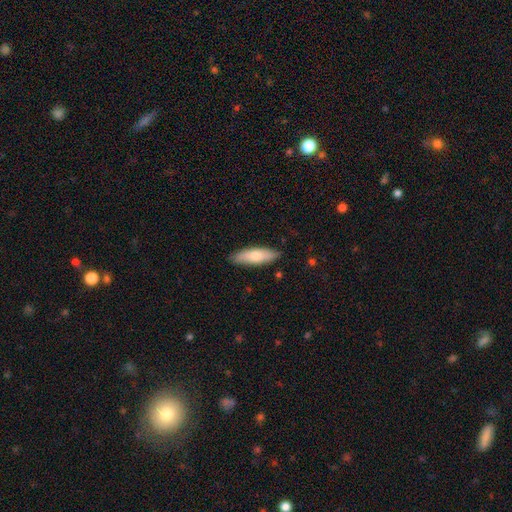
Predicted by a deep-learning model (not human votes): Q: Smooth or featured?
A: smooth (75%); runner-up: featured or disk (20%)
Q: How rounded?
A: cigar-shaped (50%); runner-up: in between (48%)
Q: Merging?
A: none (86%); runner-up: minor disturbance (11%)